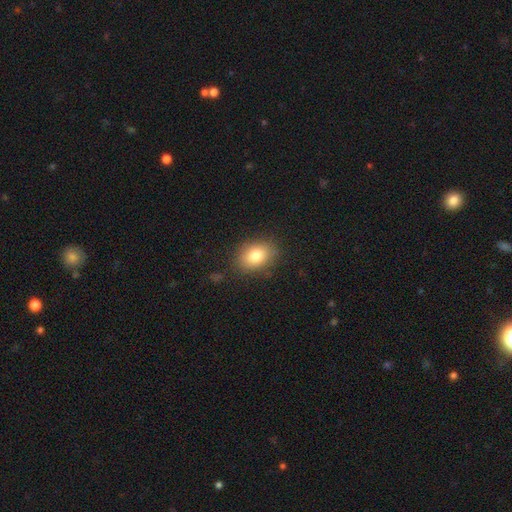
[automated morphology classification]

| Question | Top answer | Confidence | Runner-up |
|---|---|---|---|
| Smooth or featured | smooth | 82% | featured or disk (9%) |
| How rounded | in between | 76% | round (22%) |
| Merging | none | 83% | minor disturbance (12%) |